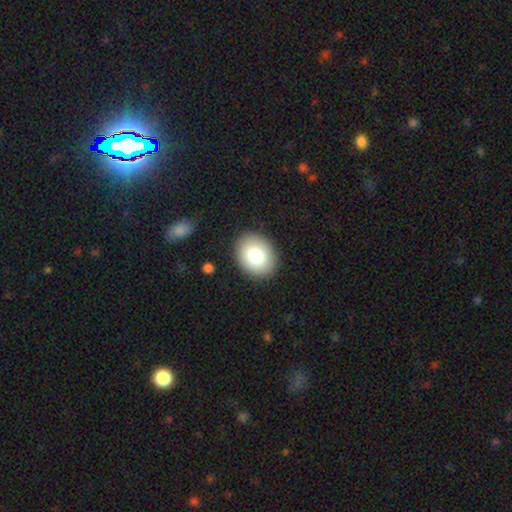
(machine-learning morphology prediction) A smooth galaxy with no disk features (80%) that is in between round and cigar-shaped (56%).

Vote fractions:
- Smooth or featured? smooth: 80% / featured or disk: 12% / star or artifact: 8%
- How rounded? in between: 56% / round: 43% / cigar-shaped: 1%
- Merging? none: 89% / minor disturbance: 8% / major disturbance: 2% / merger: 1%